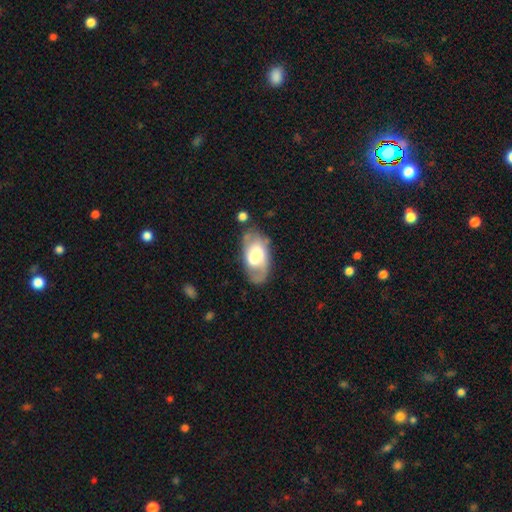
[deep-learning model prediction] Overall: featured or disk (49%; smooth 44%). Merging: none (55%; minor disturbance 25%).